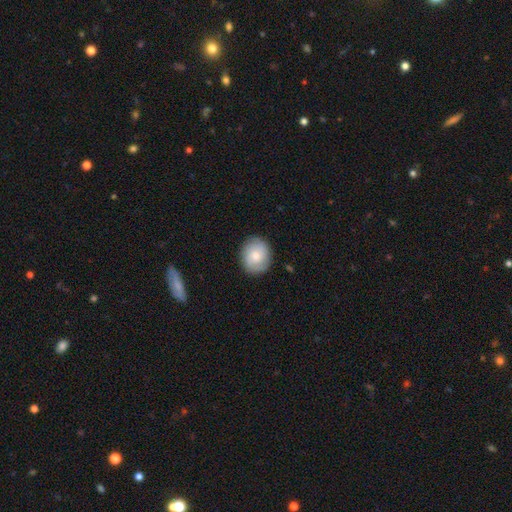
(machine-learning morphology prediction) This appears to be a smooth galaxy with no disk features (64%) that is round (75%). Merging: none (85%).